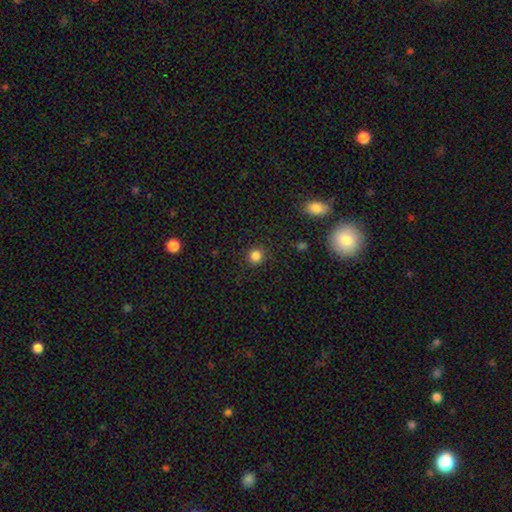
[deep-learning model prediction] Smooth or featured? smooth (83%)
How rounded? round (92%)
Merging? none (89%)